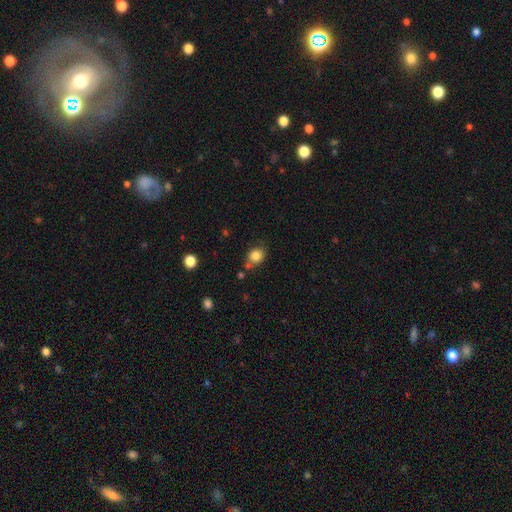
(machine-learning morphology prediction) This appears to be a smooth galaxy with no disk features (83%) that is round (68%). Merging: none (65%).